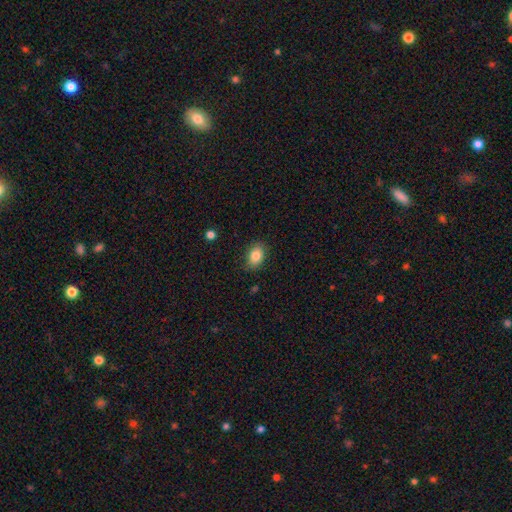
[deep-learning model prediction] Q: Smooth or featured?
A: smooth (84%); runner-up: star or artifact (8%)
Q: How rounded?
A: in between (80%); runner-up: round (19%)
Q: Merging?
A: none (81%); runner-up: minor disturbance (14%)